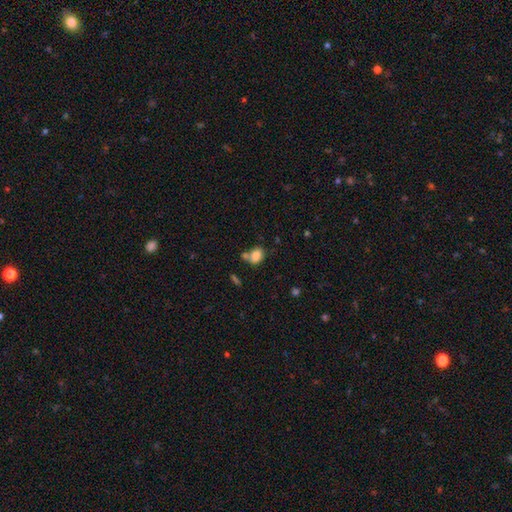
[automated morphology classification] smooth-or-featured: smooth: 83% | star or artifact: 9% | featured or disk: 8%
  how-rounded: in between: 68% | round: 30% | cigar-shaped: 1%
  merging: none: 48% | merger: 30% | minor disturbance: 16% | major disturbance: 6%